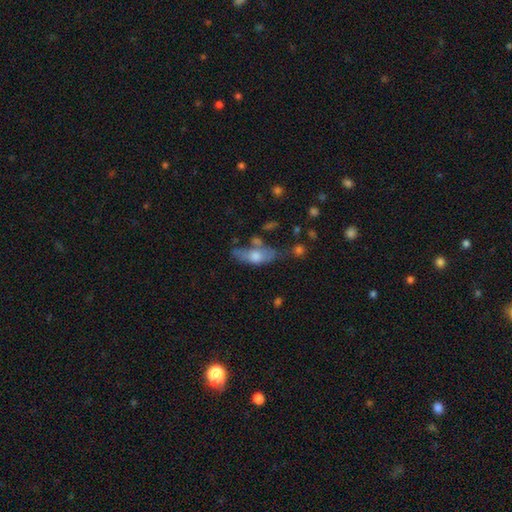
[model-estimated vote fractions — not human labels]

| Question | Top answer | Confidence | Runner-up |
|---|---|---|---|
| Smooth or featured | smooth | 59% | featured or disk (34%) |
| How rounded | in between | 72% | cigar-shaped (24%) |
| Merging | none | 46% | minor disturbance (27%) |